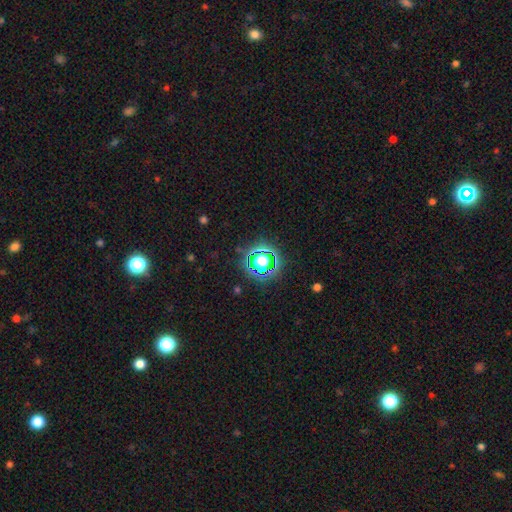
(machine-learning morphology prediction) Smooth or featured: star or artifact — 78% (smooth — 14%)